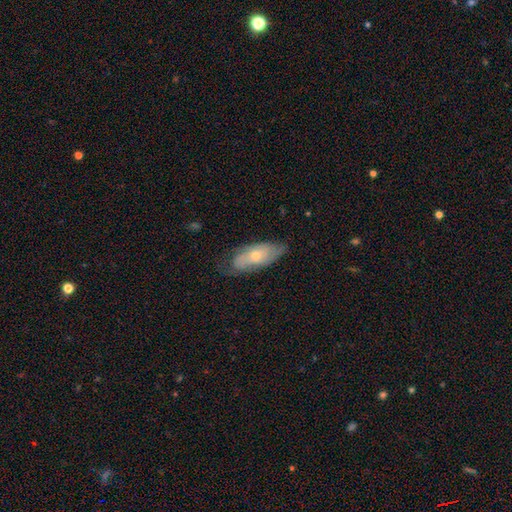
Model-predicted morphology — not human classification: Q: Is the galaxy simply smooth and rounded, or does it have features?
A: featured or disk — 48%.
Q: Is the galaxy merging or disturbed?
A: none — 61%.